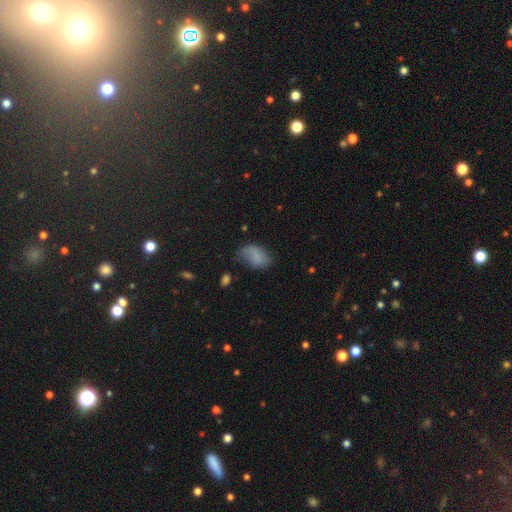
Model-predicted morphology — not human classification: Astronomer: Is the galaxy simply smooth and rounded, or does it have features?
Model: smooth — 70%.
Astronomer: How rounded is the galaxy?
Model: in between — 90%.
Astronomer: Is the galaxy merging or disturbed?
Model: none — 43% (runner-up: minor disturbance, 34%).